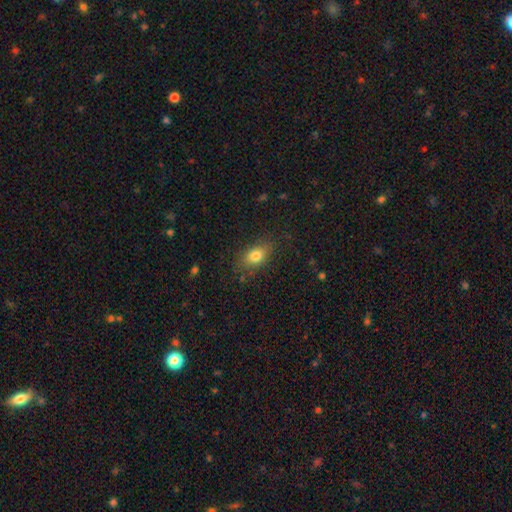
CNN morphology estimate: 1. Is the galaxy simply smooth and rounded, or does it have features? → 80% smooth, 10% featured or disk, 10% star or artifact.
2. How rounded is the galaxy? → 81% in between, 15% round, 4% cigar-shaped.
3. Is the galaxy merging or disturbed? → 79% none, 15% minor disturbance, 5% major disturbance, 2% merger.